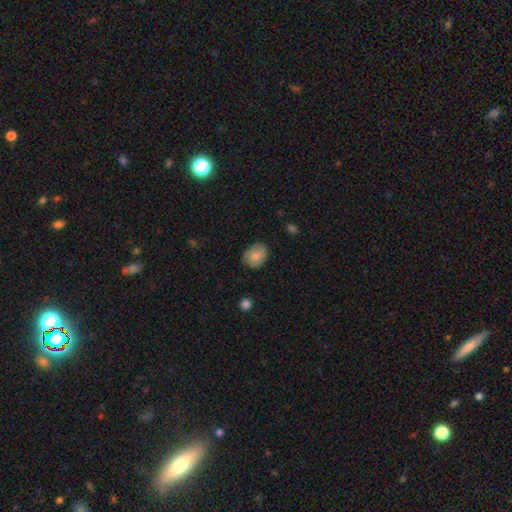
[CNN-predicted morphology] A smooth galaxy with no disk features (83%) that is in between round and cigar-shaped (61%). Merging: none (80%).